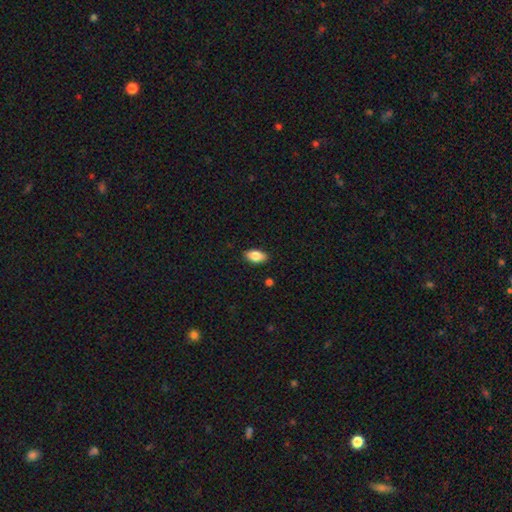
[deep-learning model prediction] This is clearly a smooth galaxy (85%). How rounded: clearly in between (92%). Merging: clearly none (88%).